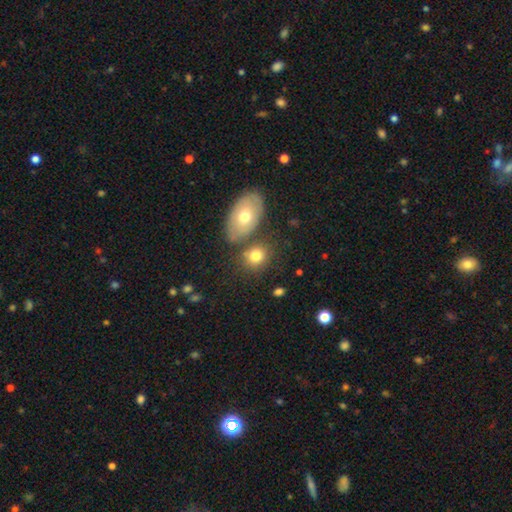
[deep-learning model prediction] A smooth galaxy with no disk features (75%) that is round (50%).

Vote fractions:
- Smooth or featured? smooth: 75% / featured or disk: 15% / star or artifact: 10%
- How rounded? round: 50% / in between: 49% / cigar-shaped: 2%
- Merging? none: 61% / merger: 22% / minor disturbance: 13% / major disturbance: 5%